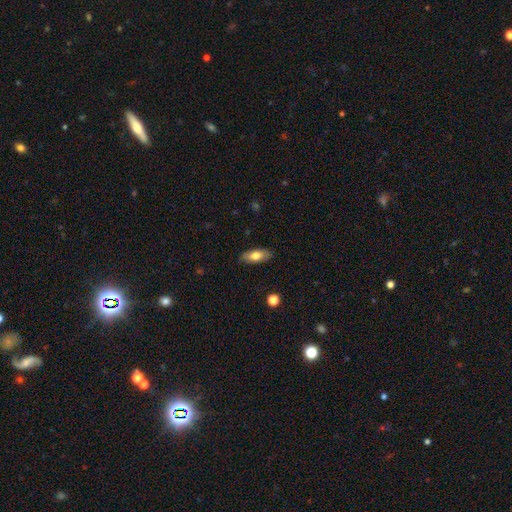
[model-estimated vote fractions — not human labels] The model was most divided on "smooth or featured": smooth: 75%, featured or disk: 19%, star or artifact: 7%. More confident: merging — none (85%); how rounded — in between (84%).